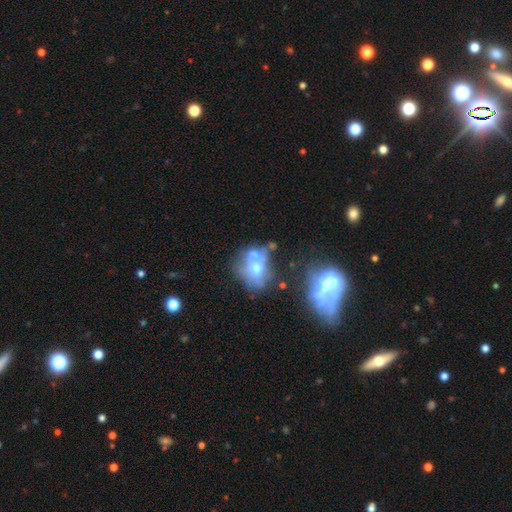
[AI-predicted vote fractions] smooth 50%, featured or disk 35%, star or artifact 15%. Down the decision tree: merging — merger (53%).